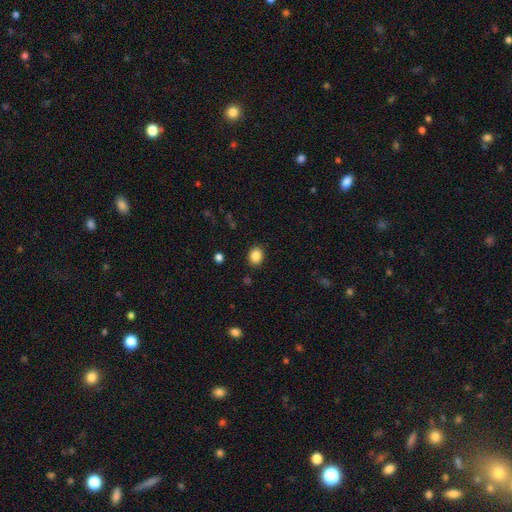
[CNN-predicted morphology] type=smooth (87%); roundness=round (52%); merging=none (88%).